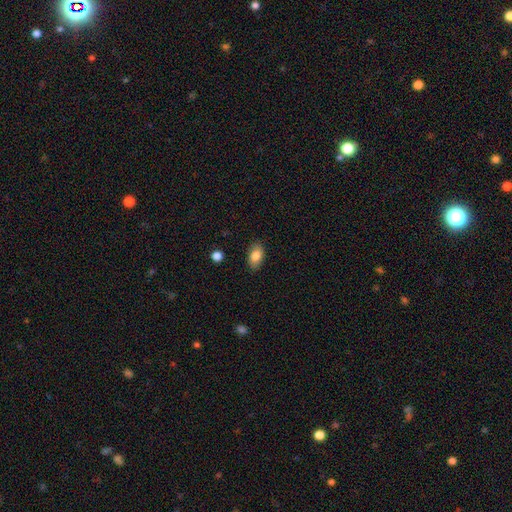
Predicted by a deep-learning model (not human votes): A smooth galaxy with no disk features (84%) that is in between round and cigar-shaped (92%). Merging: none (86%).